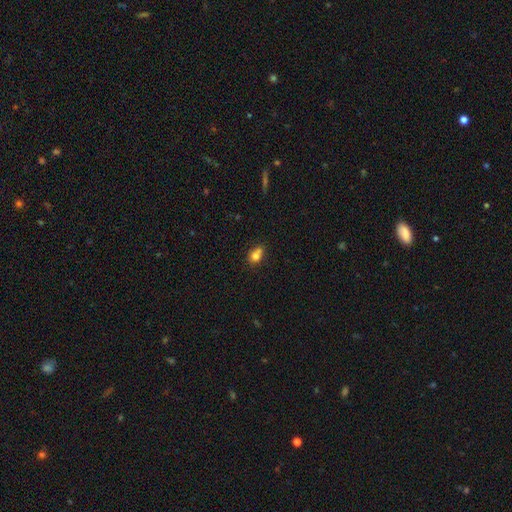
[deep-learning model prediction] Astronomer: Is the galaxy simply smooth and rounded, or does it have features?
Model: smooth — 77%.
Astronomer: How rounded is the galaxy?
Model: round — 49%, tied with in between at 49%.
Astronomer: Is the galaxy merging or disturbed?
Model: none — 46% (runner-up: merger, 29%).